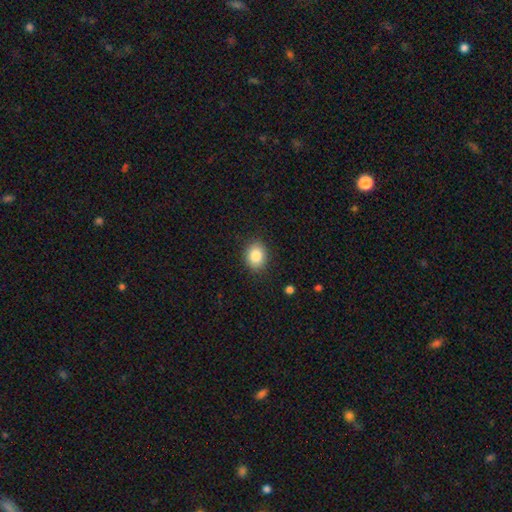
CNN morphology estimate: Q: Smooth or featured?
A: smooth (85%); runner-up: star or artifact (9%)
Q: How rounded?
A: in between (54%); runner-up: round (45%)
Q: Merging?
A: none (88%); runner-up: minor disturbance (9%)